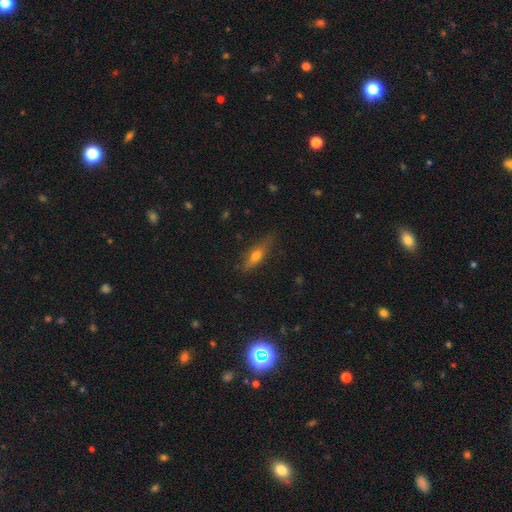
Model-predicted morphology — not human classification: This is possibly a smooth galaxy (57%). How rounded: possibly cigar-shaped (55%). Merging: likely none (76%).